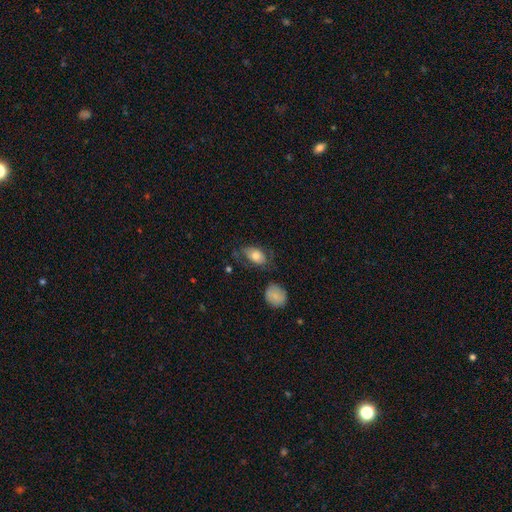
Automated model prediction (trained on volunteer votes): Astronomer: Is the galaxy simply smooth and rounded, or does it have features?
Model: smooth — 71%.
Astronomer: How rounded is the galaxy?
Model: in between — 87%.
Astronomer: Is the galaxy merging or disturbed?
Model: none — 54%.